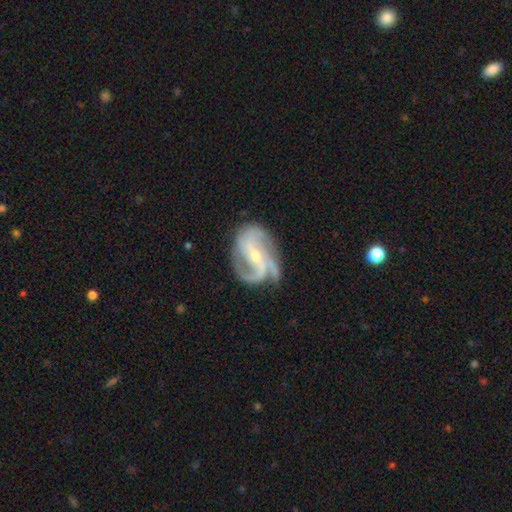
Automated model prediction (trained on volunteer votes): Smooth or featured? featured or disk (90%)
Edge-on disk? no (97%)
Bar? weak (34%)
Spiral arms? yes (97%)
Spiral winding? medium (48%)
Spiral arm count? 2 (41%)
Bulge size? small (69%)
Merging? none (62%)